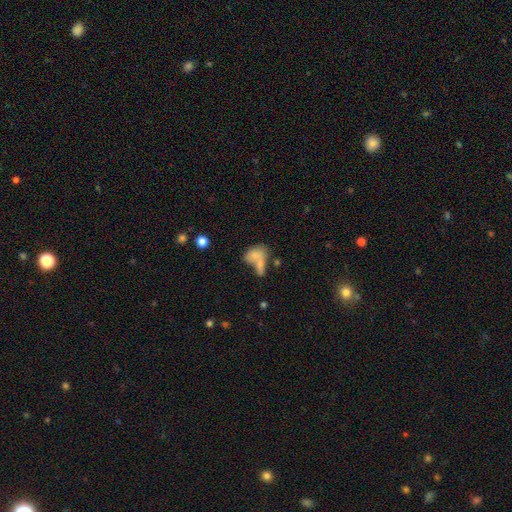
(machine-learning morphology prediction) Smooth or featured?
  - smooth: 71% *
  - featured or disk: 18%
  - star or artifact: 11%
How rounded?
  - in between: 78% *
  - round: 16%
  - cigar-shaped: 6%
Merging?
  - merger: 50% *
  - none: 25%
  - major disturbance: 13%
  - minor disturbance: 12%